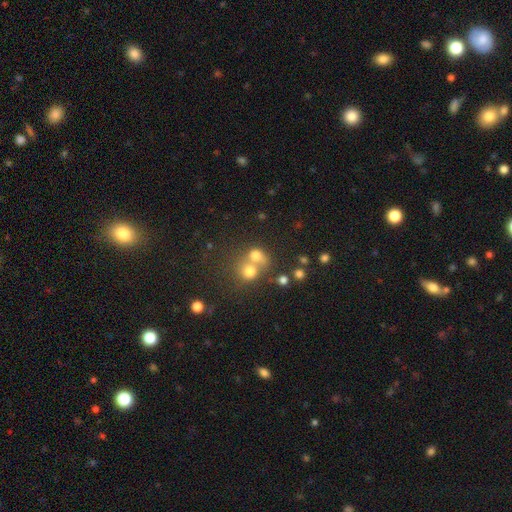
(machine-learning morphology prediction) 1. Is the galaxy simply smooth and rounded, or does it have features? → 70% smooth, 16% star or artifact, 15% featured or disk.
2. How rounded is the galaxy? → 68% round, 31% in between, 1% cigar-shaped.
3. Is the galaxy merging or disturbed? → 60% merger, 28% none, 7% minor disturbance, 6% major disturbance.